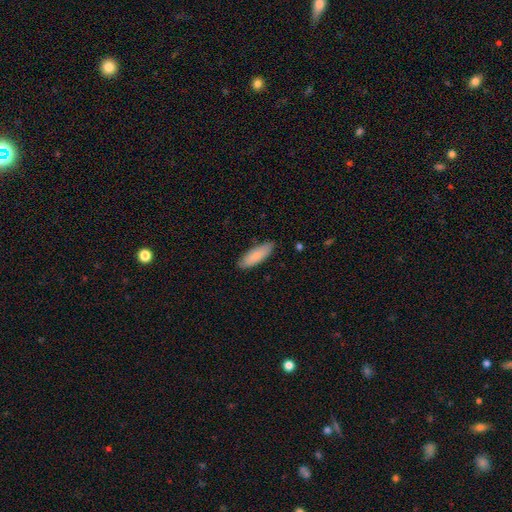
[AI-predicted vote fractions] Overall: smooth (86%). How rounded: in between (58%; cigar-shaped 40%). Merging: none (85%).